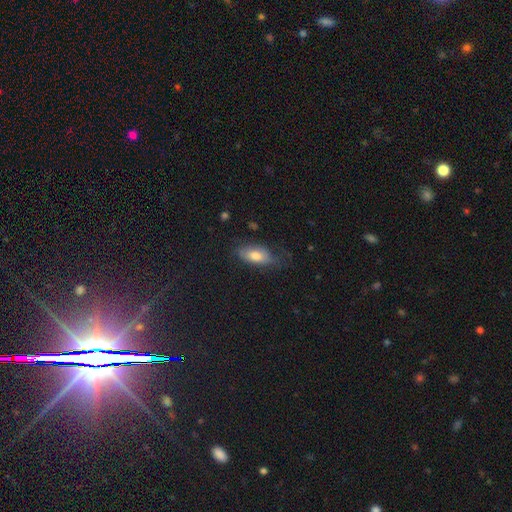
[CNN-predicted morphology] Overall: smooth (70%). How rounded: in between (84%). Merging: none (60%; minor disturbance 28%).